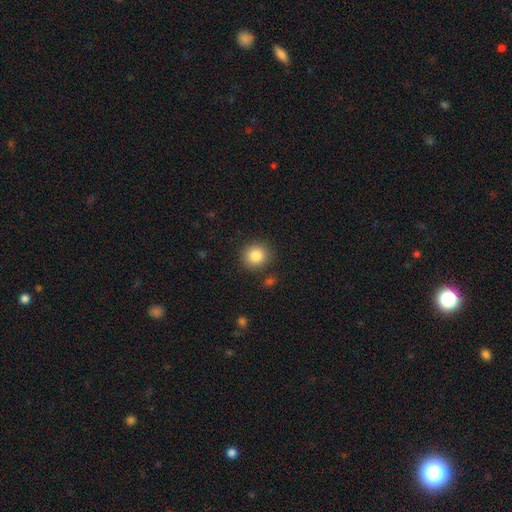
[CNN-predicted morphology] type=smooth (85%); roundness=round (88%); merging=none (87%).